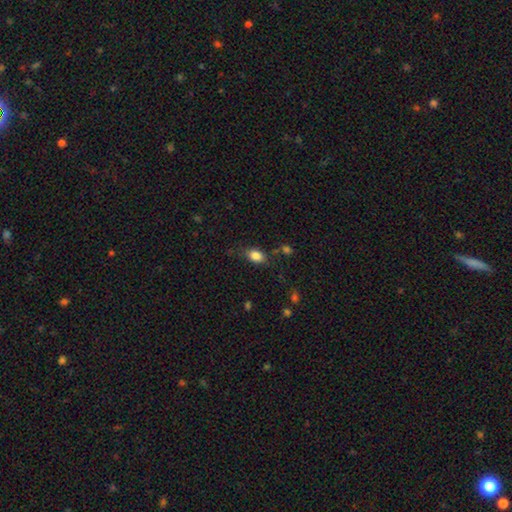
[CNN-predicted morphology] This appears to be a smooth galaxy with no disk features (85%) that is in between round and cigar-shaped (81%). Merging: none (71%).